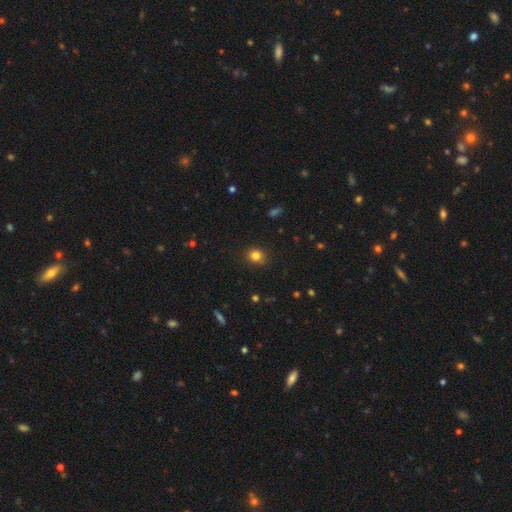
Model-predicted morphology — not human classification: smooth 81%, star or artifact 13%, featured or disk 6%. Down the decision tree: how rounded — round (77%); merging — none (87%).